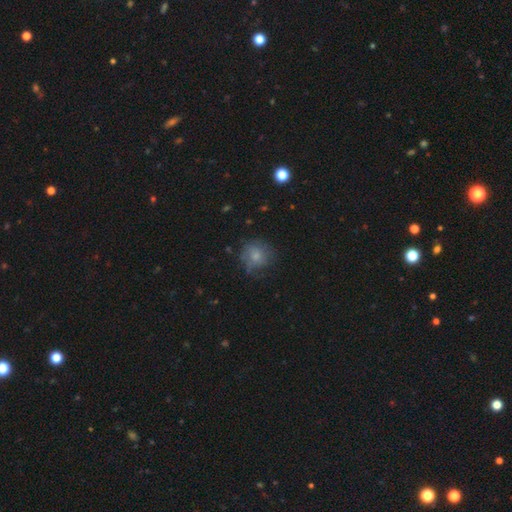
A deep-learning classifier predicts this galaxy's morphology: Smooth or featured? smooth (64%)
How rounded? round (84%)
Merging? none (60%)